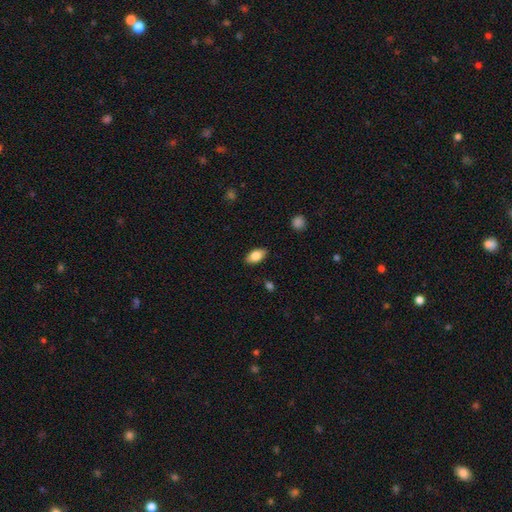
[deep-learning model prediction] The model was most divided on "smooth or featured": smooth: 83%, featured or disk: 10%, star or artifact: 7%. More confident: how rounded — in between (92%); merging — none (87%).